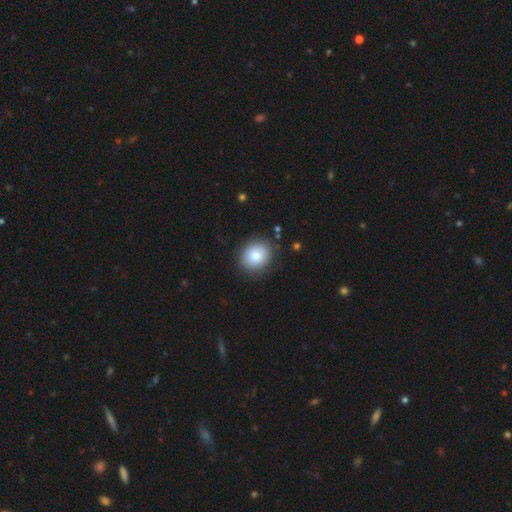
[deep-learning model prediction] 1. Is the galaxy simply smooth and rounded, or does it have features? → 82% smooth, 10% featured or disk, 9% star or artifact.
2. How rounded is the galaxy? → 69% round, 30% in between, 1% cigar-shaped.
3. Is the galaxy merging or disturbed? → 87% none, 9% minor disturbance, 2% major disturbance, 1% merger.